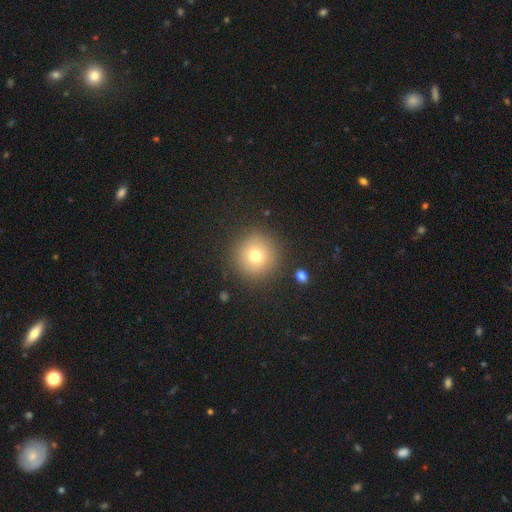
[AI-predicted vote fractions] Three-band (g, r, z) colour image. It shows a smooth galaxy with no disk features (72%) that is round (95%). Merging: none (88%).